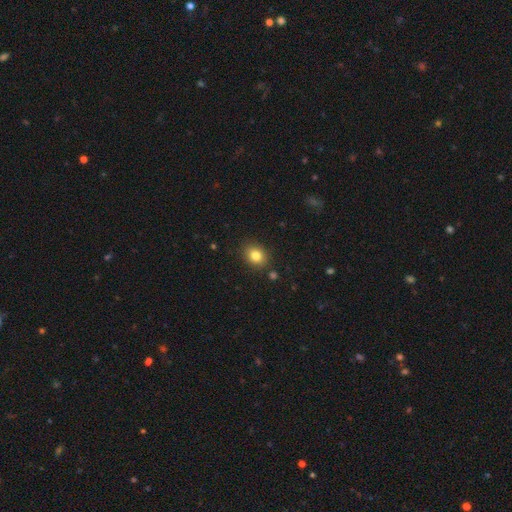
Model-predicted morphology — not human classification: smooth_or_featured: smooth (p=0.82) [alt: star or artifact p=0.10]
how_rounded: round (p=0.52) [alt: in between p=0.47]
merging: none (p=0.86) [alt: minor disturbance p=0.09]